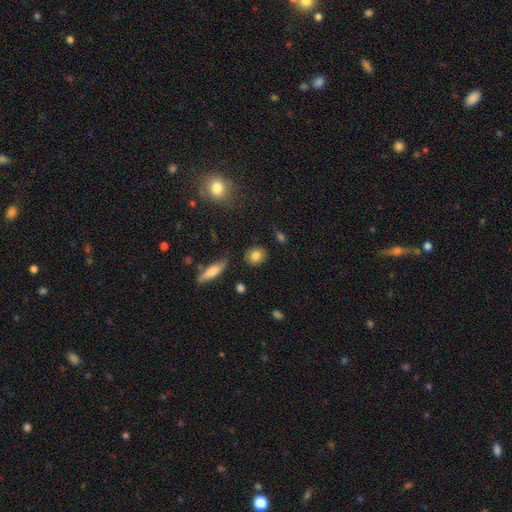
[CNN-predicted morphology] smooth 82%, featured or disk 9%, star or artifact 9%. Down the decision tree: how rounded — round (70%); merging — none (86%).